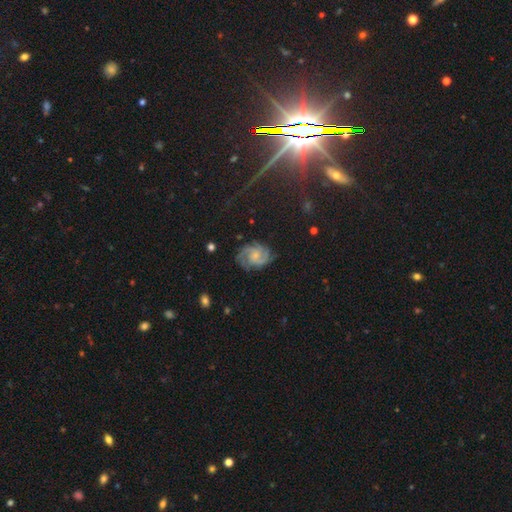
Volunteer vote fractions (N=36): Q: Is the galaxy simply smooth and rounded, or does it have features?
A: featured or disk — 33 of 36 (92%).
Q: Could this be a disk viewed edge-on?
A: no — 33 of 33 (100%).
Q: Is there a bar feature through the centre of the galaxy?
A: no — 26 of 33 (79%).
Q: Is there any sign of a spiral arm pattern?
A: yes — 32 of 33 (97%).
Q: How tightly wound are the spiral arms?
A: tight — 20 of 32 (62%).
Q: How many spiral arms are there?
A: more than 4 — 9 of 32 (28%, tied with can't tell).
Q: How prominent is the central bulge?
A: small — 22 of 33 (67%).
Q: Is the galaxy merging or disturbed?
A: none — 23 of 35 (66%).